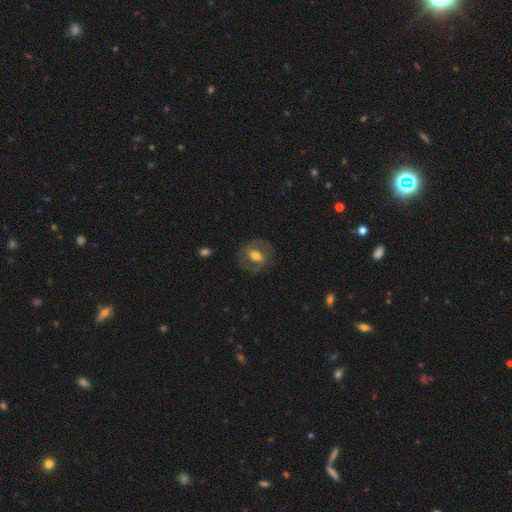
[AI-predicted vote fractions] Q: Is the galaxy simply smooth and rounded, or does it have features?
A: featured or disk — 63%.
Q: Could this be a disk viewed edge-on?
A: no — 96%.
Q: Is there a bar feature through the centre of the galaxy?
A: weak — 40%.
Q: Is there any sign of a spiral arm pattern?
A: yes — 64%.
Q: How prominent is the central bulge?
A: moderate — 69%.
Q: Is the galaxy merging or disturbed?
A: none — 80%.